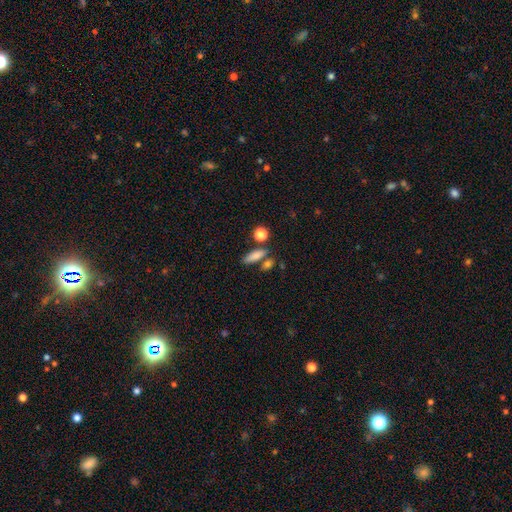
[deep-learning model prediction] Morphology: type=smooth (81%); roundness=in between (47%); merging=none (67%).